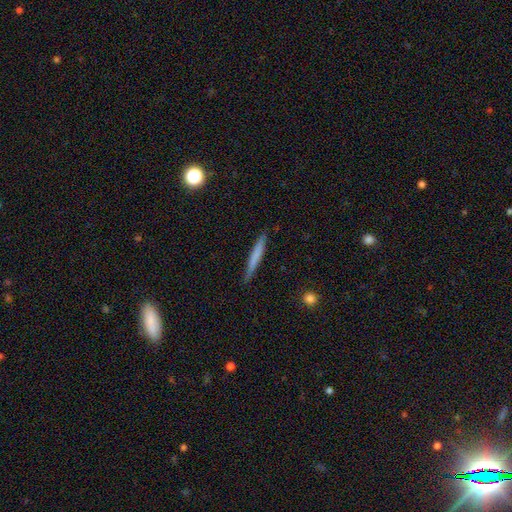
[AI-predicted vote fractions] Smooth or featured: smooth — 64% (featured or disk — 30%)
How rounded: cigar-shaped — 96% (in between — 3%)
Merging: none — 87% (minor disturbance — 10%)